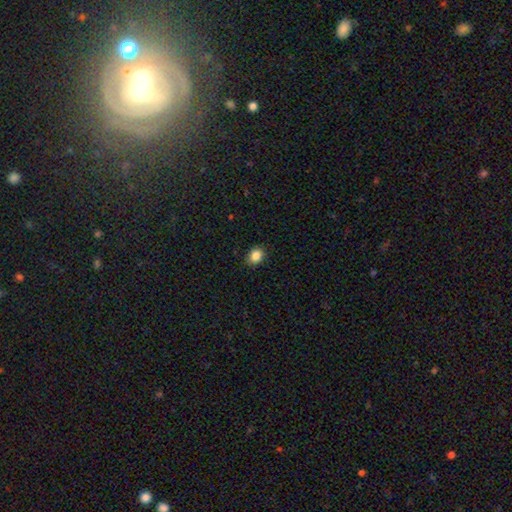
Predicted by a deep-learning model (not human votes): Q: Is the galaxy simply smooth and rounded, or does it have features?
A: smooth — 86%.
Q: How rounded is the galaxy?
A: round — 52%.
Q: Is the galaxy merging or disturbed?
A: none — 87%.